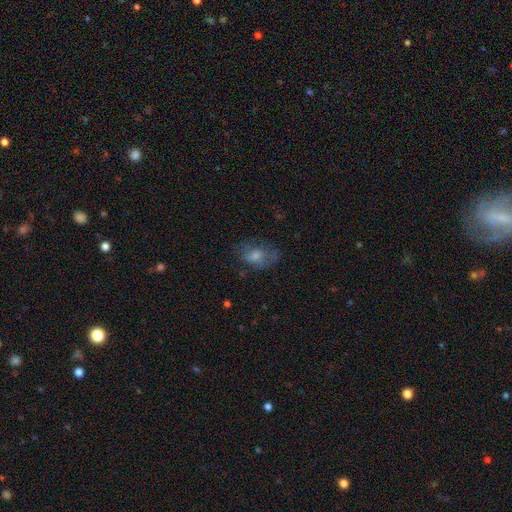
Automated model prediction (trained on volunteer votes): Smooth or featured: smooth — 61% (featured or disk — 29%)
How rounded: in between — 82% (round — 16%)
Merging: none — 55% (minor disturbance — 25%)